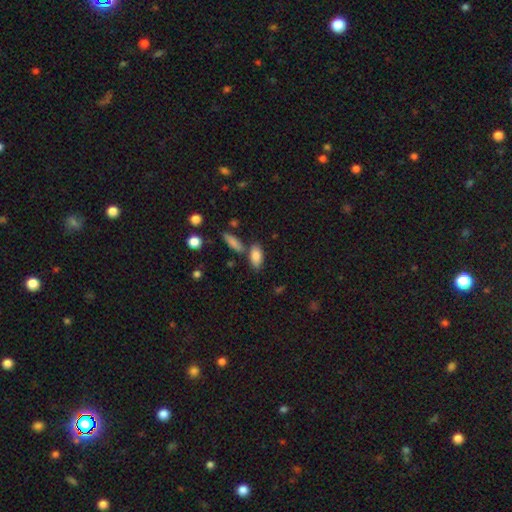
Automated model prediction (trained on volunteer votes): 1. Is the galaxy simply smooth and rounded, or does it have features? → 84% smooth, 9% featured or disk, 7% star or artifact.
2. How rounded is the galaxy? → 88% in between, 8% cigar-shaped, 4% round.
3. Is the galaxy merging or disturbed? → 67% none, 17% merger, 13% minor disturbance, 4% major disturbance.